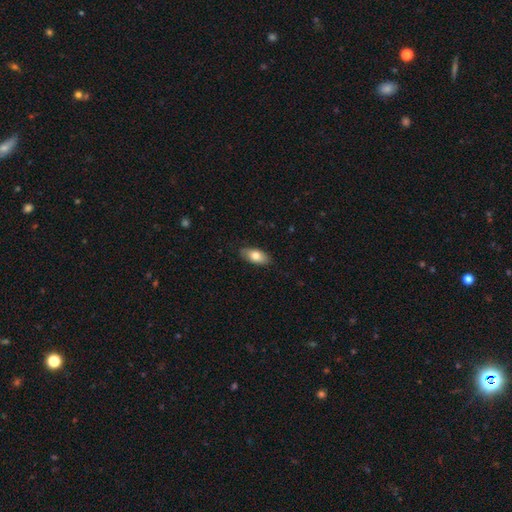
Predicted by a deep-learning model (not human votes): smooth 76%, featured or disk 18%, star or artifact 6%. Down the decision tree: how rounded — in between (91%); merging — none (85%).